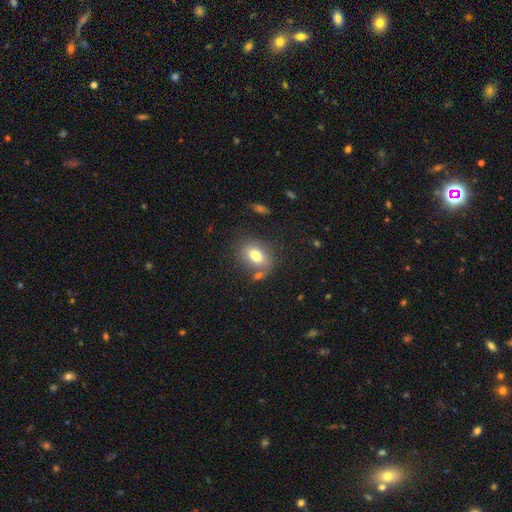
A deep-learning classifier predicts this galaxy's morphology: This is likely a smooth galaxy (75%). How rounded: likely in between (78%). Merging: likely none (68%).